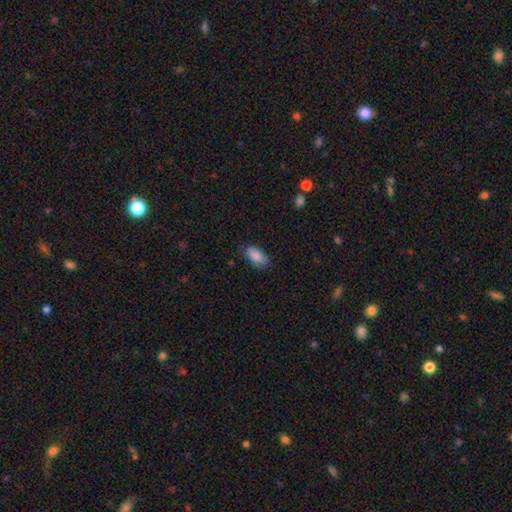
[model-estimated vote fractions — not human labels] A smooth galaxy with no disk features (88%) that is in between round and cigar-shaped (92%). Merging: none (73%).